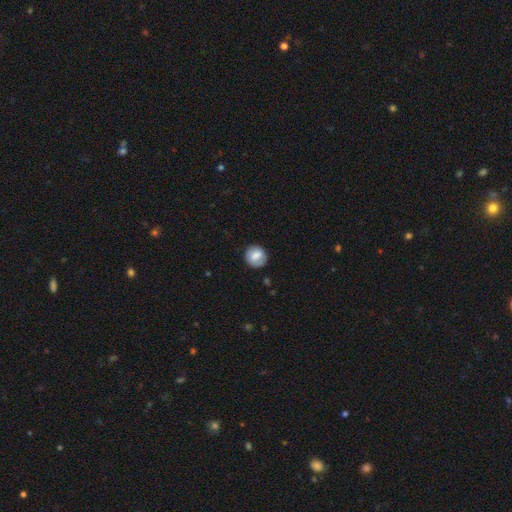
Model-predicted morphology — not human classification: smooth_or_featured: smooth (p=0.73) [alt: featured or disk p=0.19]
how_rounded: round (p=0.85) [alt: in between p=0.14]
merging: none (p=0.81) [alt: minor disturbance p=0.13]